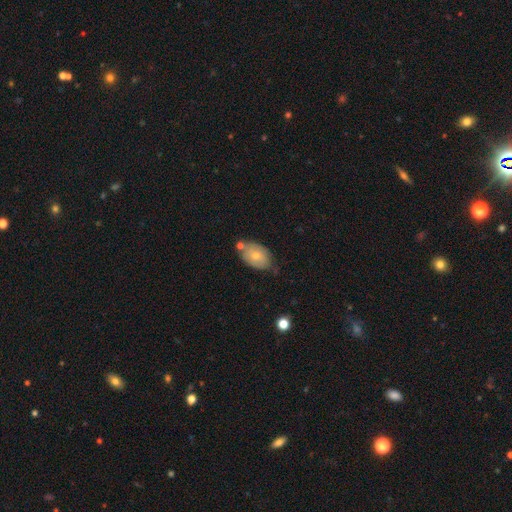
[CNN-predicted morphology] smooth_or_featured: smooth (p=0.66) [alt: featured or disk p=0.27]
how_rounded: in between (p=0.88) [alt: round p=0.11]
merging: none (p=0.55) [alt: minor disturbance p=0.26]